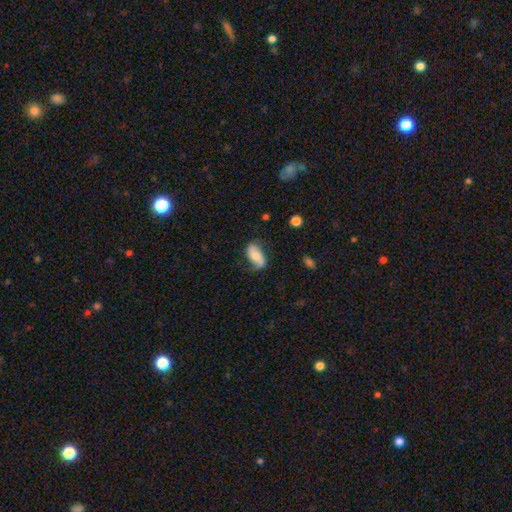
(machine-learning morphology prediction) type=featured or disk (53%); edge-on=no (92%); merging=none (63%).